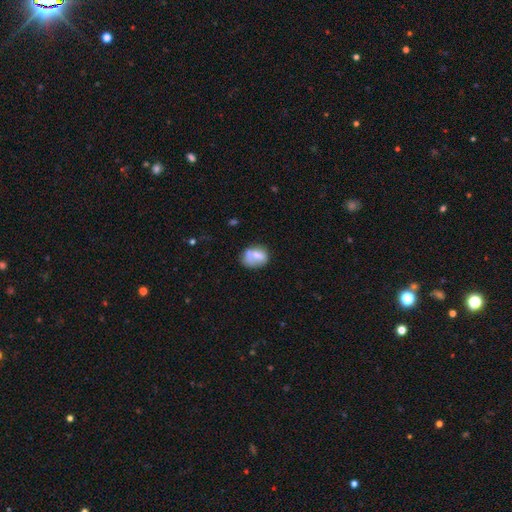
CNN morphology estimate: A smooth galaxy with no disk features (64%) that is in between round and cigar-shaped (58%).

Vote fractions:
- Smooth or featured? smooth: 64% / featured or disk: 27% / star or artifact: 8%
- How rounded? in between: 58% / round: 40% / cigar-shaped: 1%
- Merging? none: 40% / merger: 25% / minor disturbance: 22% / major disturbance: 12%